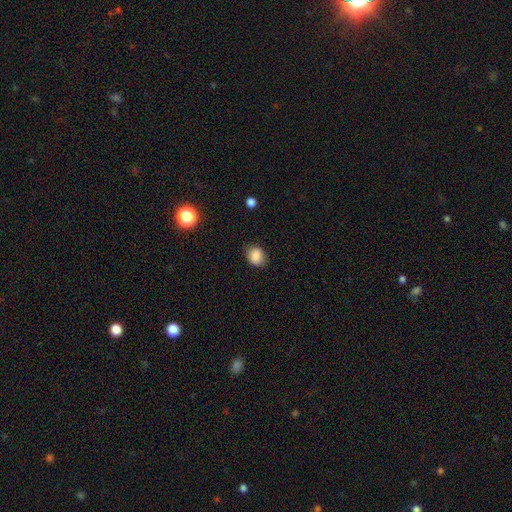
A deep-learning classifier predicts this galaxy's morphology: This appears to be a smooth galaxy with no disk features (85%) that is round (50%). Merging: none (79%).